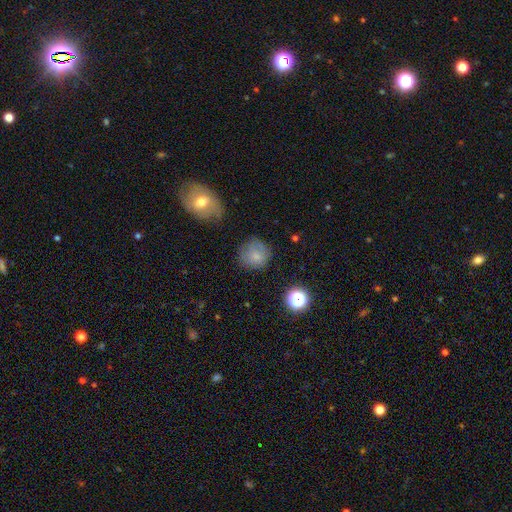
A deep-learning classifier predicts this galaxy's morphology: smooth_or_featured: smooth (p=0.76) [alt: featured or disk p=0.12]
how_rounded: round (p=0.90) [alt: in between p=0.09]
merging: none (p=0.73) [alt: minor disturbance p=0.18]